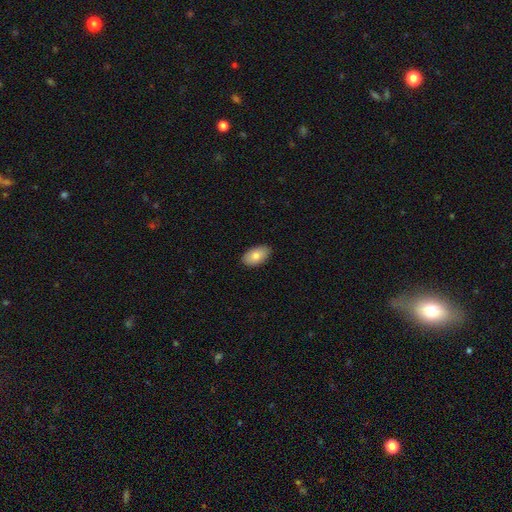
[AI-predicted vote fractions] smooth_or_featured: smooth (p=0.80) [alt: featured or disk p=0.13]
how_rounded: in between (p=0.94) [alt: round p=0.05]
merging: none (p=0.88) [alt: minor disturbance p=0.10]